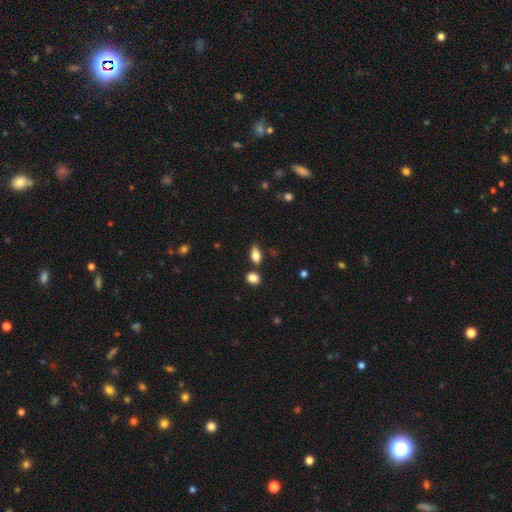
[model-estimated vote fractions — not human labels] Smooth or featured? smooth (78%)
How rounded? in between (82%)
Merging? none (71%)